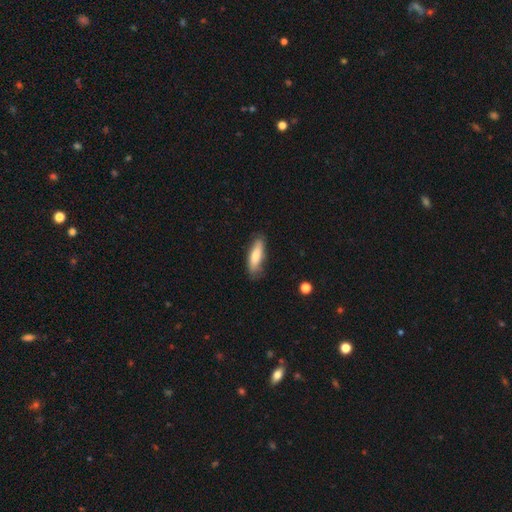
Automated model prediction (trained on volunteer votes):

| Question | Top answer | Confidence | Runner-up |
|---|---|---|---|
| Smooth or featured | smooth | 77% | featured or disk (17%) |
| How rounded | cigar-shaped | 55% | in between (43%) |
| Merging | none | 77% | minor disturbance (18%) |